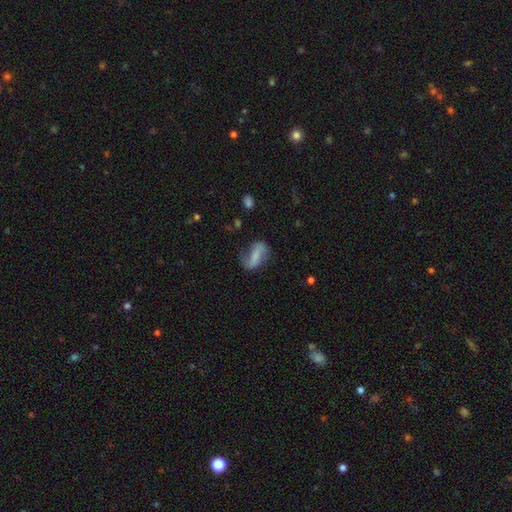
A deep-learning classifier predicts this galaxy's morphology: A featured or disk galaxy (62%) with a strong bar (43%), 2 (85%) loose (61%) spiral arms (87%) and no central bulge (47%).

Vote fractions:
- Smooth or featured? featured or disk: 62% / smooth: 30% / star or artifact: 8%
- Edge-on disk? no: 96% / yes: 4%
- Bar? strong: 43% / weak: 34% / no: 23%
- Spiral arms? yes: 87% / no: 13%
- Spiral winding? loose: 61% / medium: 29% / tight: 10%
- Spiral arm count? 2: 85% / 1: 7% / can't tell: 5% / 3: 1% / 4: 1% / more than 4: 1%
- Bulge size? none: 47% / small: 26% / moderate: 18% / large: 6% / dominant: 2%
- Merging? none: 62% / minor disturbance: 21% / major disturbance: 14% / merger: 3%